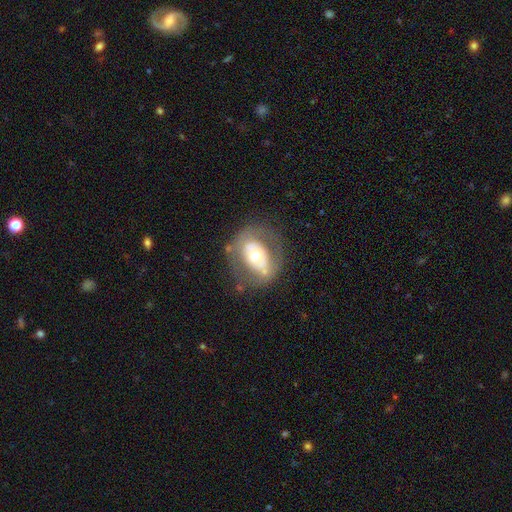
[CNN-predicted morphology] Smooth or featured?
  - featured or disk: 53% *
  - smooth: 40%
  - star or artifact: 7%
Edge-on disk?
  - no: 92% *
  - yes: 8%
Merging?
  - none: 65% *
  - minor disturbance: 18%
  - major disturbance: 13%
  - merger: 4%